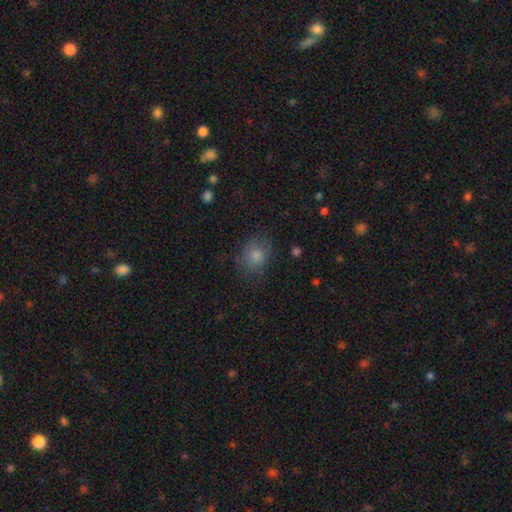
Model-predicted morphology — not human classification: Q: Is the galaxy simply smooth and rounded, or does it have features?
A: smooth — 77%.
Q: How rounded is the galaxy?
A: round — 58%.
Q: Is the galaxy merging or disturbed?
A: none — 73%.